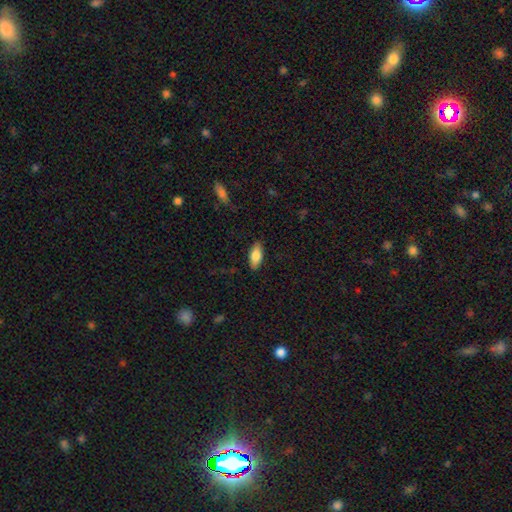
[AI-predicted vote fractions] smooth 80%, featured or disk 14%, star or artifact 6%. Down the decision tree: how rounded — in between (85%); merging — none (86%).